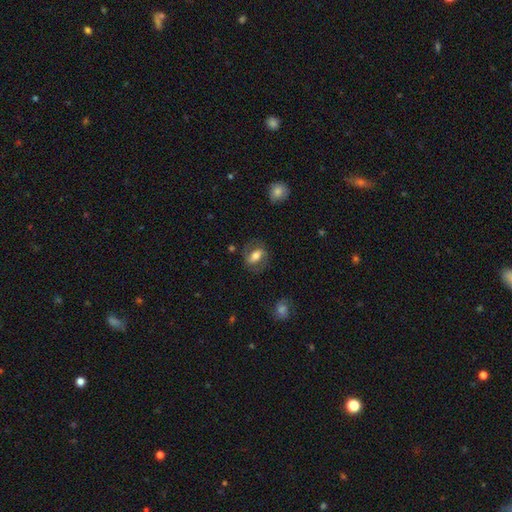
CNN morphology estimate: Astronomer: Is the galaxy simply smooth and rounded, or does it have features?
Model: smooth — 51% (runner-up: featured or disk, 41%).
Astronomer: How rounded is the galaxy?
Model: in between — 74%.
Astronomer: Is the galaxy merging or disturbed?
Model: none — 73%.